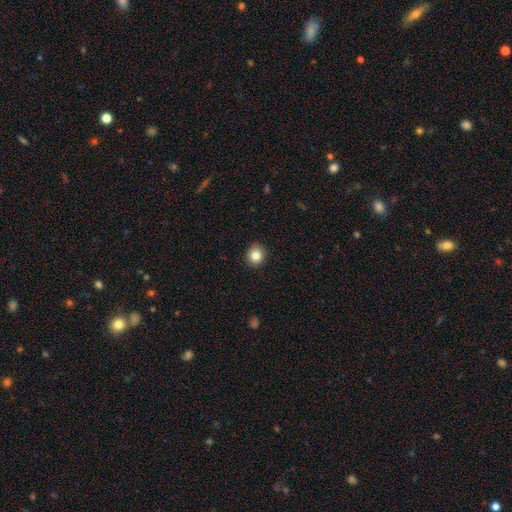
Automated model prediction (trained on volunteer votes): This is clearly a smooth galaxy (84%). How rounded: likely round (79%). Merging: clearly none (90%).